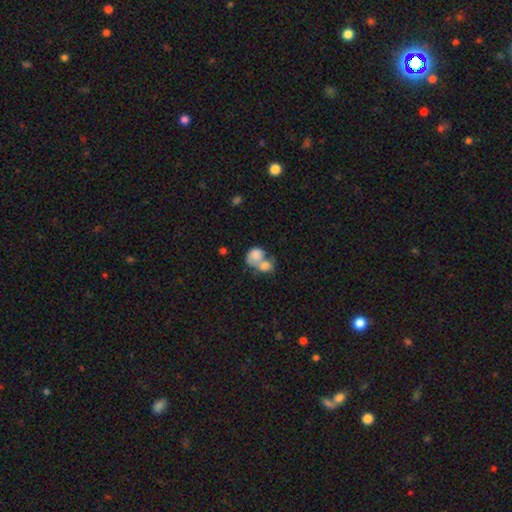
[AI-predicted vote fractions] A smooth galaxy with no disk features (73%) that is in between round and cigar-shaped (55%). Merging: merger (74%).